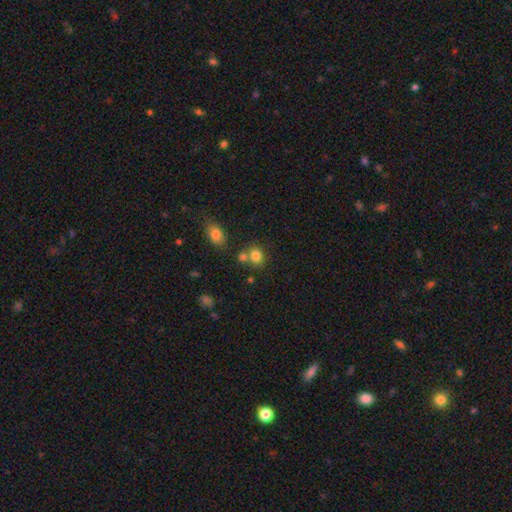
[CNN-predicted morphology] Smooth or featured?
  - smooth: 81% *
  - star or artifact: 12%
  - featured or disk: 7%
How rounded?
  - round: 67% *
  - in between: 32%
  - cigar-shaped: 1%
Merging?
  - none: 59% *
  - merger: 26%
  - minor disturbance: 11%
  - major disturbance: 4%